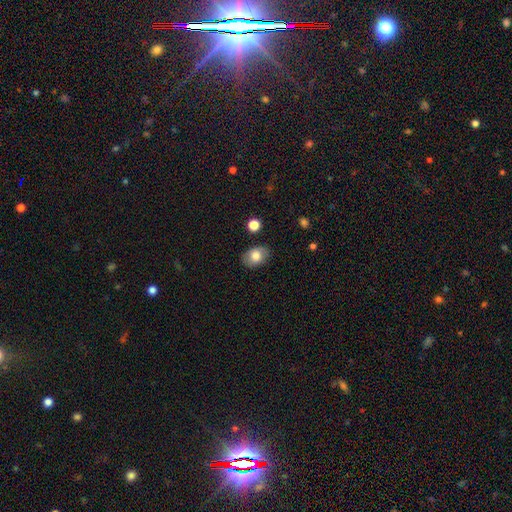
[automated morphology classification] Smooth or featured?
  - smooth: 77% *
  - featured or disk: 15%
  - star or artifact: 8%
How rounded?
  - in between: 78% *
  - round: 21%
  - cigar-shaped: 1%
Merging?
  - none: 84% *
  - minor disturbance: 12%
  - major disturbance: 3%
  - merger: 2%